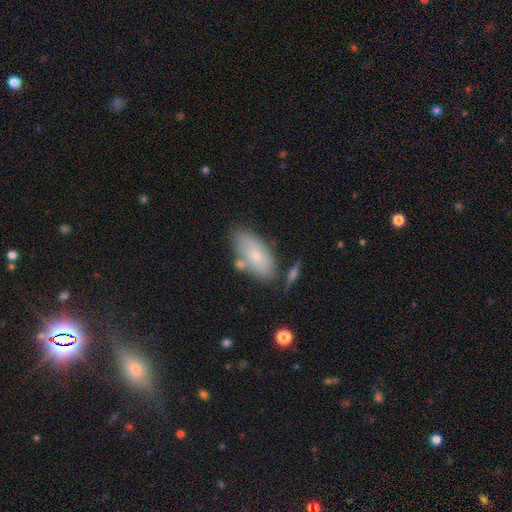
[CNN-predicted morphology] Smooth or featured: smooth — 69% (featured or disk — 25%)
How rounded: in between — 91% (cigar-shaped — 6%)
Merging: none — 66% (minor disturbance — 18%)